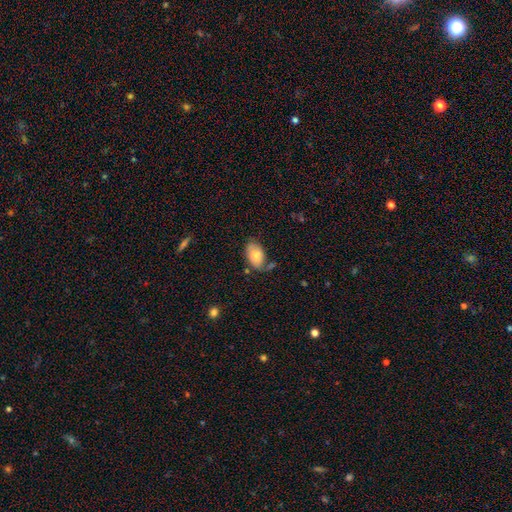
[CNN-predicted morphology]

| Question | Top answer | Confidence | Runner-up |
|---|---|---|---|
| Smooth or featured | smooth | 74% | featured or disk (18%) |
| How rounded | in between | 92% | round (7%) |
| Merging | none | 58% | minor disturbance (25%) |